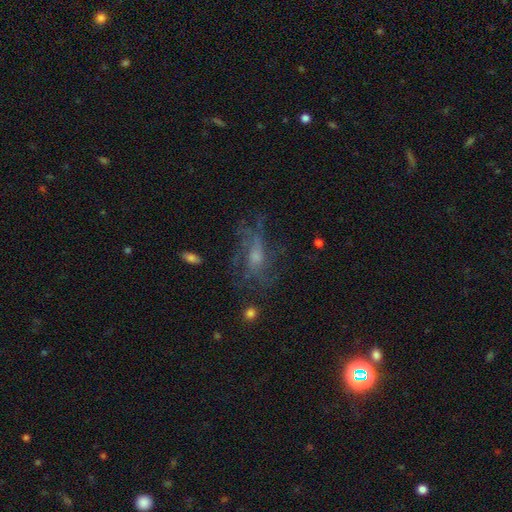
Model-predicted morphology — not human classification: Smooth or featured: featured or disk — 62% (smooth — 22%)
Edge-on disk: no — 90% (yes — 10%)
Bar: no — 67% (weak — 28%)
Spiral arms: yes — 64% (no — 36%)
Bulge size: small — 42% (moderate — 38%)
Merging: none — 53% (major disturbance — 25%)